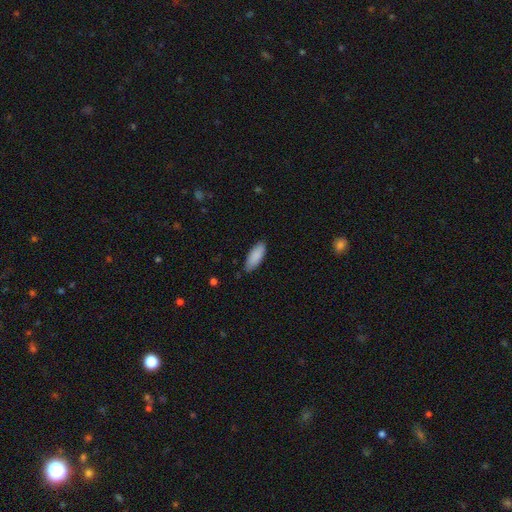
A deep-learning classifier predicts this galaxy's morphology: smooth-or-featured: smooth: 89% | star or artifact: 6% | featured or disk: 6%
  how-rounded: in between: 78% | cigar-shaped: 21% | round: 1%
  merging: none: 79% | minor disturbance: 17% | major disturbance: 2% | merger: 1%